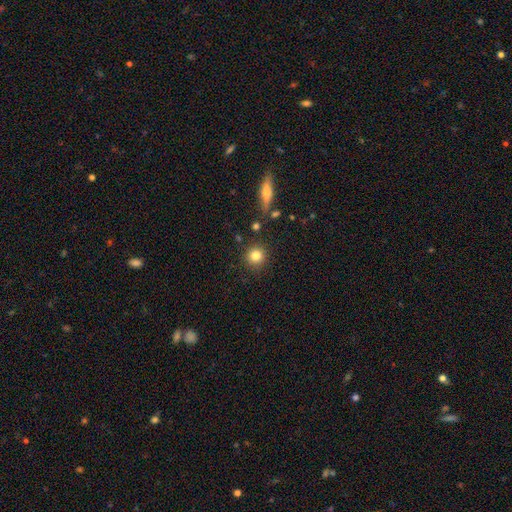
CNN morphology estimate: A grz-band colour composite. It shows a smooth galaxy with no disk features (82%) that is round (91%). Merging: none (86%).